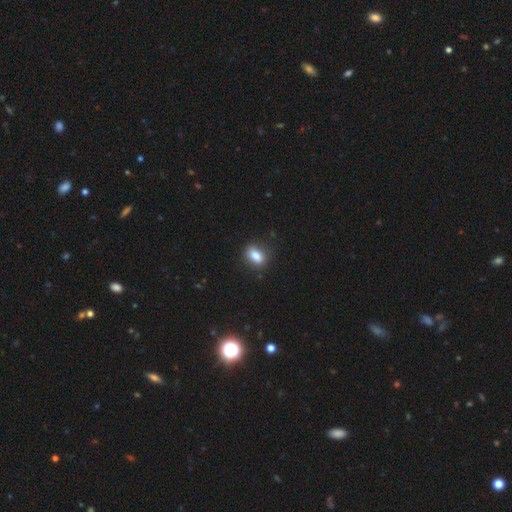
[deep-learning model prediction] This appears to be a smooth galaxy with no disk features (83%) that is in between round and cigar-shaped (80%). Merging: none (80%).